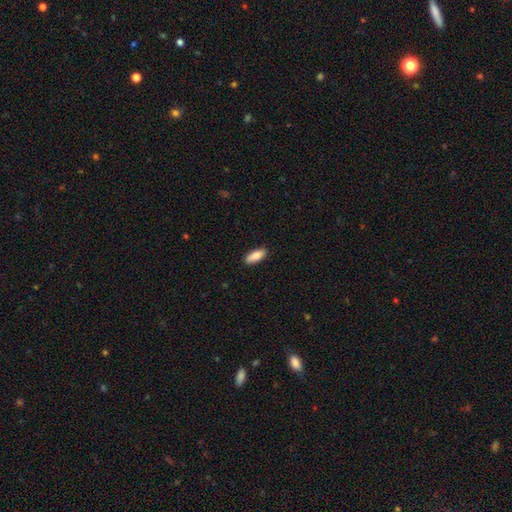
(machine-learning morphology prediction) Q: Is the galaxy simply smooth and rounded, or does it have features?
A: smooth — 87%.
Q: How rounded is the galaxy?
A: in between — 77%.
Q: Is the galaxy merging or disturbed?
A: none — 88%.